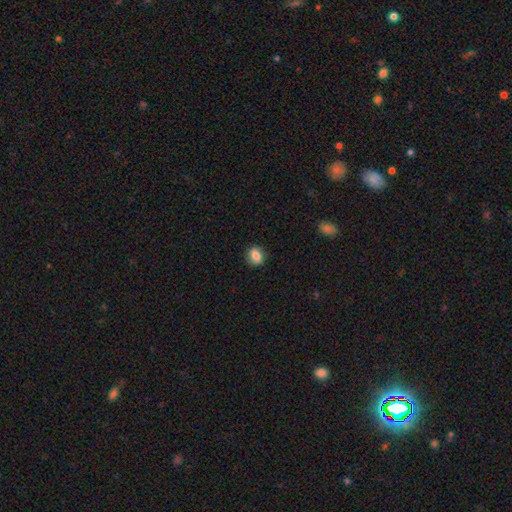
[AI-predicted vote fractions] Q: Smooth or featured?
A: smooth (80%); runner-up: featured or disk (11%)
Q: How rounded?
A: round (61%); runner-up: in between (38%)
Q: Merging?
A: none (85%); runner-up: minor disturbance (11%)